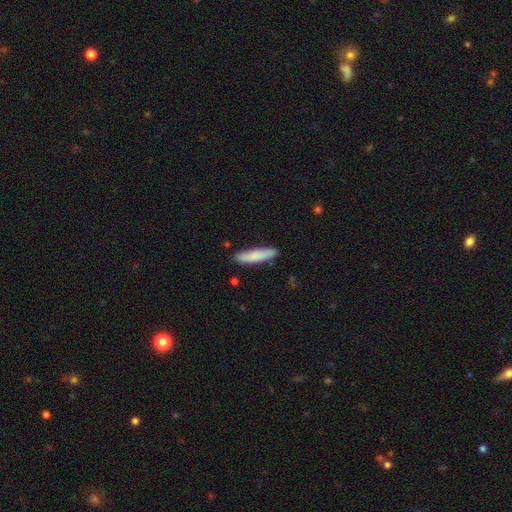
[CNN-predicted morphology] smooth 83%, featured or disk 12%, star or artifact 5%. Down the decision tree: how rounded — cigar-shaped (82%); merging — none (86%).